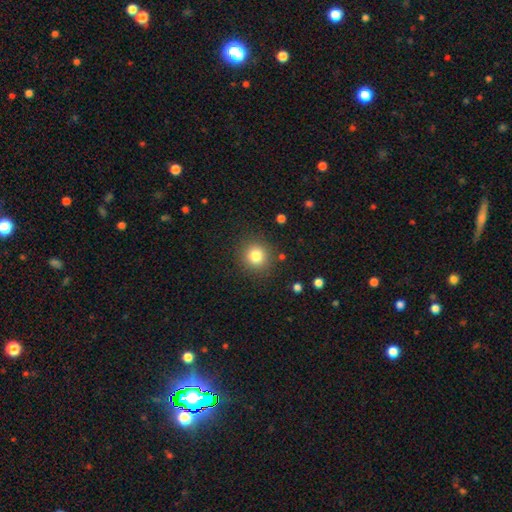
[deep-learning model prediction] A smooth galaxy with no disk features (81%) that is round (91%). Merging: none (88%).